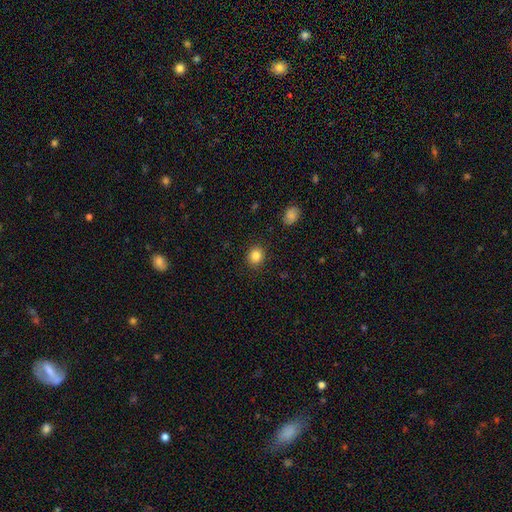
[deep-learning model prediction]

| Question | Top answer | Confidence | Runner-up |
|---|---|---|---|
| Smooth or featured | smooth | 85% | star or artifact (10%) |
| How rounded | round | 78% | in between (21%) |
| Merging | none | 89% | minor disturbance (7%) |